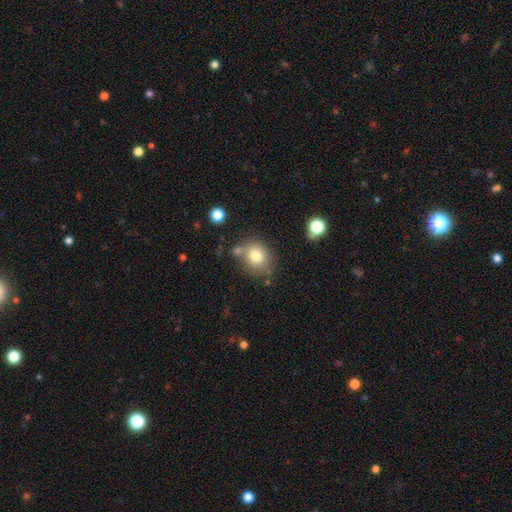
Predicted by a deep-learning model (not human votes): Smooth or featured: smooth — 79% (star or artifact — 11%)
How rounded: round — 71% (in between — 28%)
Merging: none — 68% (minor disturbance — 14%)